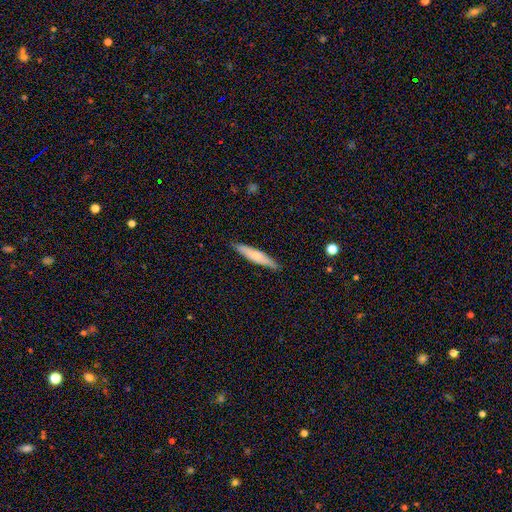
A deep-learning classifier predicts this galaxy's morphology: smooth 64%, featured or disk 31%, star or artifact 6%. Down the decision tree: how rounded — cigar-shaped (86%); merging — none (87%).